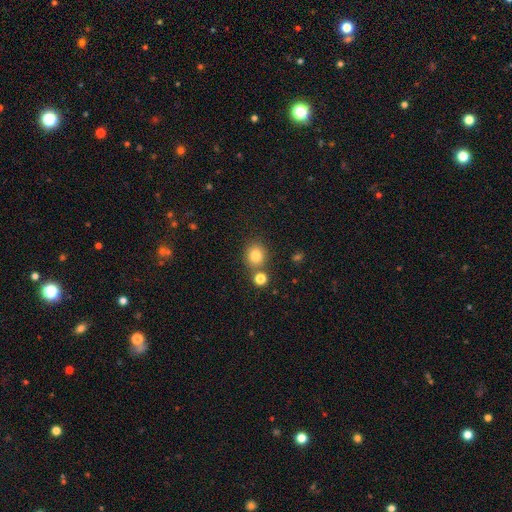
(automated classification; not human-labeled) smooth_or_featured: smooth (p=0.80) [alt: star or artifact p=0.13]
how_rounded: round (p=0.82) [alt: in between p=0.17]
merging: none (p=0.75) [alt: merger p=0.14]